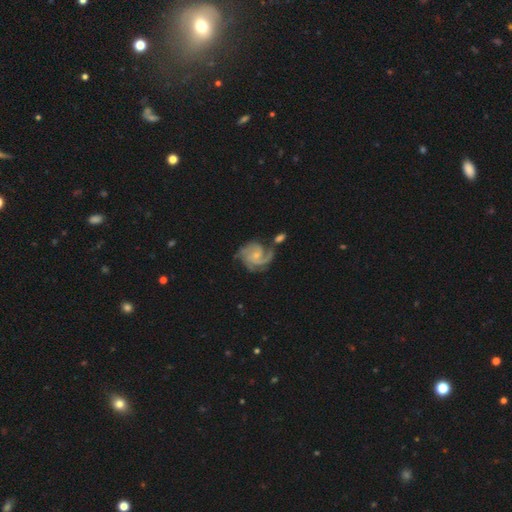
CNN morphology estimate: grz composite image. It shows a featured or disk galaxy (90%) with no bar (64%), 3 (44%) medium (45%) spiral arms (98%) and a small central bulge (68%). Merging: none (56%).